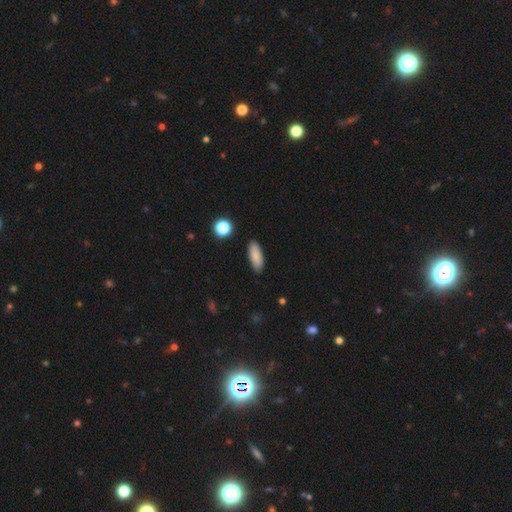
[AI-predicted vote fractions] smooth-or-featured: smooth: 86% | star or artifact: 8% | featured or disk: 7%
  how-rounded: in between: 72% | cigar-shaped: 25% | round: 3%
  merging: none: 89% | minor disturbance: 8% | major disturbance: 2% | merger: 1%